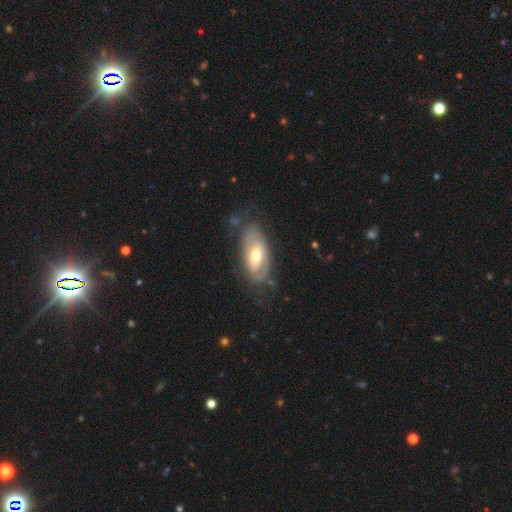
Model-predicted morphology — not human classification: A featured or disk galaxy (66%) with no bar (48%), spiral arms (66%) and a moderate central bulge (71%). Merging: none (67%).